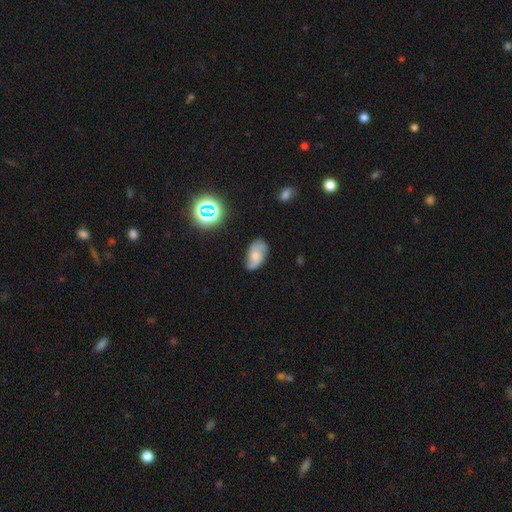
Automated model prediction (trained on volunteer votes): This appears to be a featured or disk galaxy (49%). Merging: none (69%).